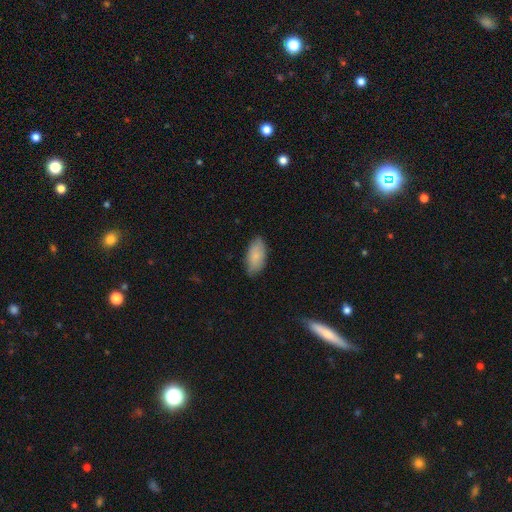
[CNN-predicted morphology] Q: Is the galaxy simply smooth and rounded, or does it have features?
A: smooth — 83%.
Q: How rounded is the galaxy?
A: in between — 93%.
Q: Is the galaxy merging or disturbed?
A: none — 82%.